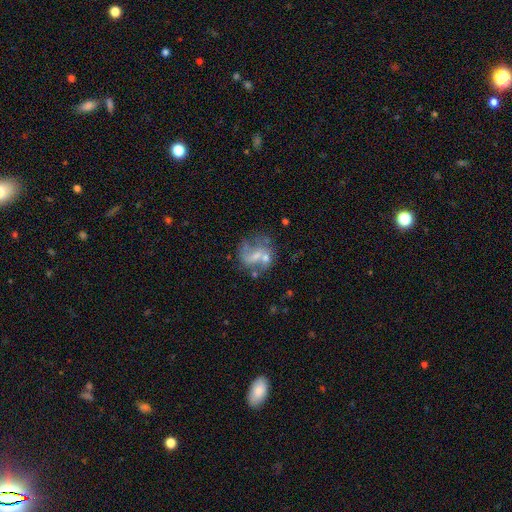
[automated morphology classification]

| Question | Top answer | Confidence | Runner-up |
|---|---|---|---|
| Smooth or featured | featured or disk | 61% | smooth (26%) |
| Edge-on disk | no | 97% | yes (3%) |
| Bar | no | 59% | weak (32%) |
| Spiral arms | no | 50% | tied: yes (50%) |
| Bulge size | small | 43% | moderate (27%) |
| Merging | none | 37% | merger (26%) |